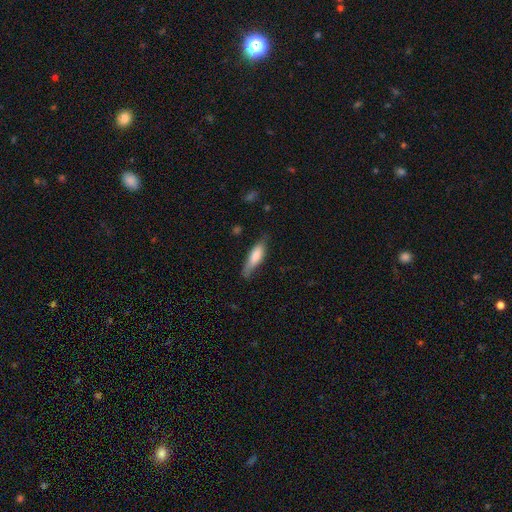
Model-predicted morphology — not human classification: smooth-or-featured: smooth: 71% | featured or disk: 23% | star or artifact: 6%
  how-rounded: cigar-shaped: 62% | in between: 37% | round: 2%
  merging: none: 67% | minor disturbance: 26% | major disturbance: 6% | merger: 2%